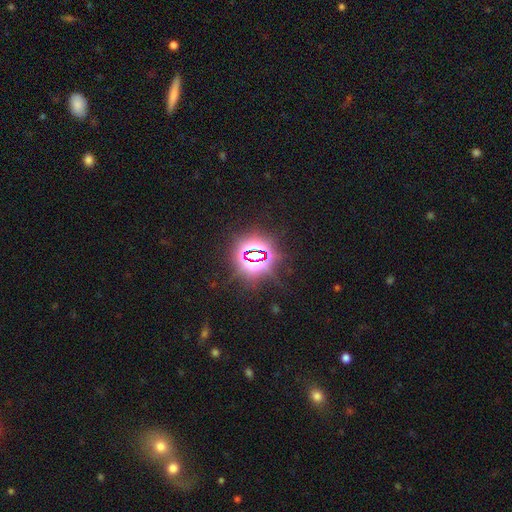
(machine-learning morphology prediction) Smooth or featured? star or artifact (81%)